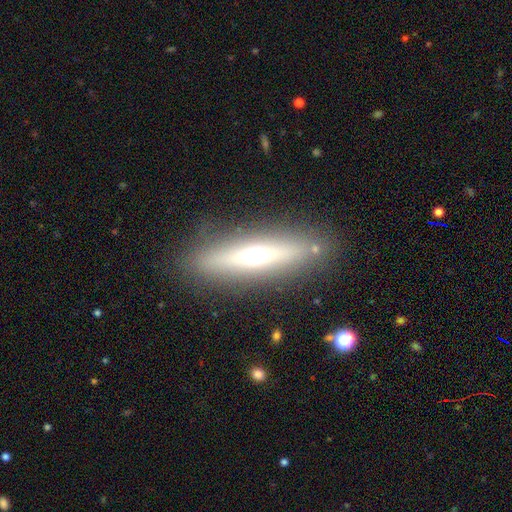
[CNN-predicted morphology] The model was most divided on "smooth or featured": featured or disk: 55%, smooth: 37%, star or artifact: 8%. More confident: edge-on disk — yes (86%); merging — none (86%).